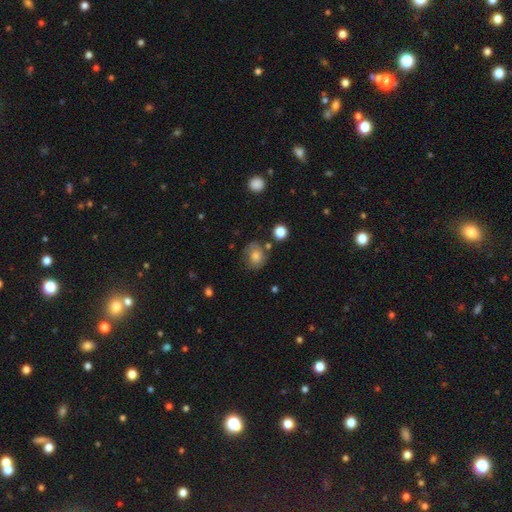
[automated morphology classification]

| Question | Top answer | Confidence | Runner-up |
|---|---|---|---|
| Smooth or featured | smooth | 67% | featured or disk (22%) |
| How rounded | round | 71% | in between (28%) |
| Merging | none | 65% | minor disturbance (21%) |